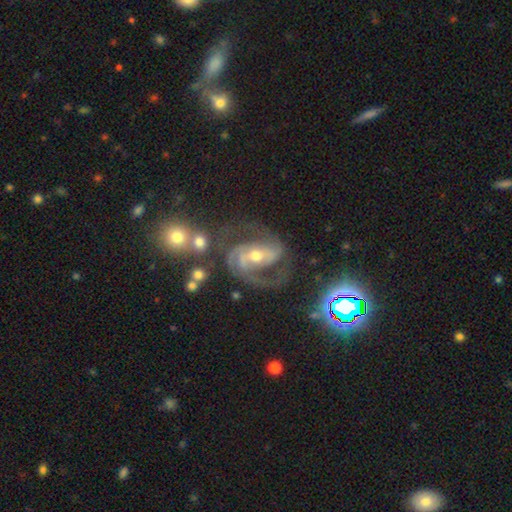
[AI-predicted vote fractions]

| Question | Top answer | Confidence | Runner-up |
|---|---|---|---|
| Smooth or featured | featured or disk | 87% | star or artifact (9%) |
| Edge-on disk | no | 97% | yes (3%) |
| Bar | strong | 41% | weak (36%) |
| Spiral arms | yes | 97% | no (3%) |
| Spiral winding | medium | 54% | tight (32%) |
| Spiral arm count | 2 | 76% | 3 (10%) |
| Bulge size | moderate | 58% | small (37%) |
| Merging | none | 59% | minor disturbance (18%) |